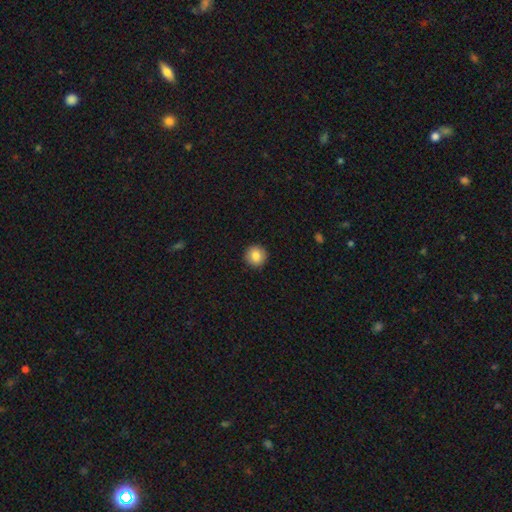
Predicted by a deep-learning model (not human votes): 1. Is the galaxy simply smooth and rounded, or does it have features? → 85% smooth, 9% star or artifact, 7% featured or disk.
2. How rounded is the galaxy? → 94% round, 5% in between, 1% cigar-shaped.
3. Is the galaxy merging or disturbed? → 92% none, 5% minor disturbance, 2% major disturbance, 1% merger.